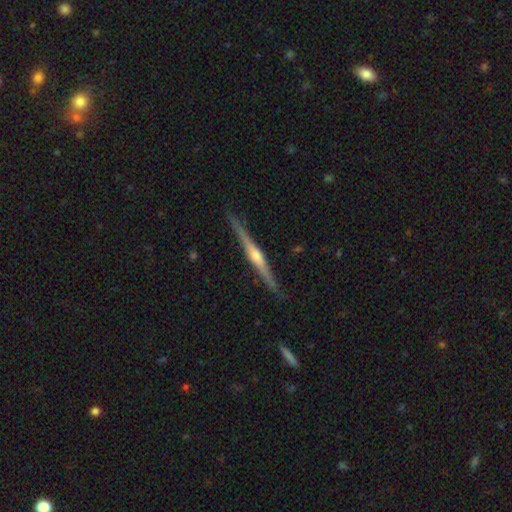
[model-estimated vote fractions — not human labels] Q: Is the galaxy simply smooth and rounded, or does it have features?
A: featured or disk — 82%.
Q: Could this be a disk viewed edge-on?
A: yes — 98%.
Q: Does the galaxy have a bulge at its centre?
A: rounded — 83%.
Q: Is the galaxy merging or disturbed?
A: none — 90%.